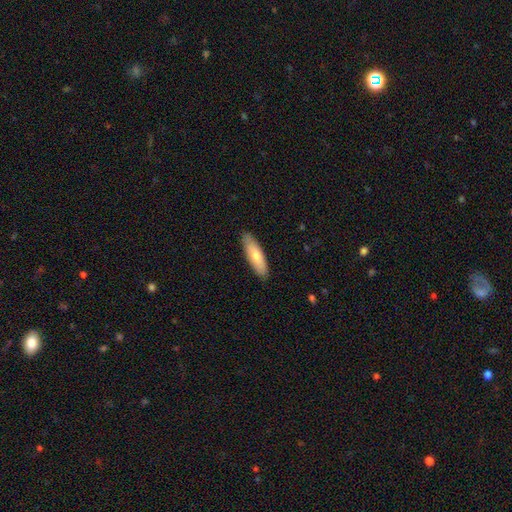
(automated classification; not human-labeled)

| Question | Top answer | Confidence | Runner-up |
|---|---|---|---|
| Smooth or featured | smooth | 70% | featured or disk (25%) |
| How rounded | cigar-shaped | 54% | in between (44%) |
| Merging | none | 88% | minor disturbance (9%) |